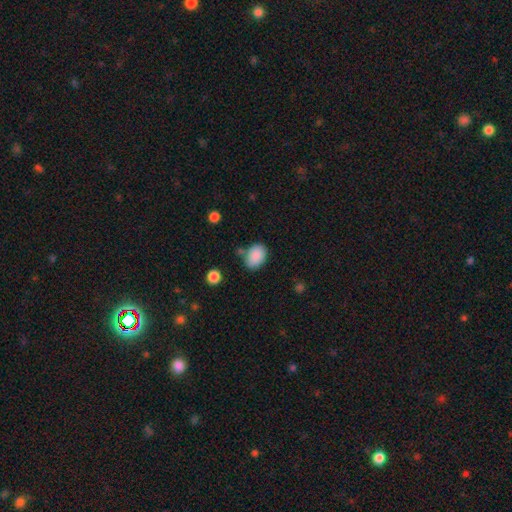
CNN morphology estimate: Overall: smooth (88%). How rounded: in between (78%). Merging: none (73%).